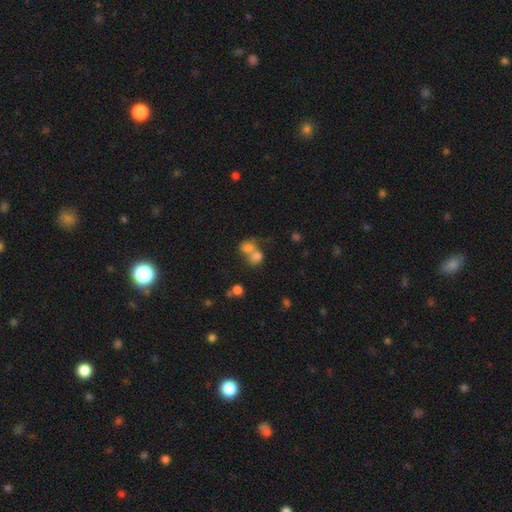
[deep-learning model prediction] This appears to be a smooth galaxy with no disk features (72%) that is round (56%). Merging: merger (63%).